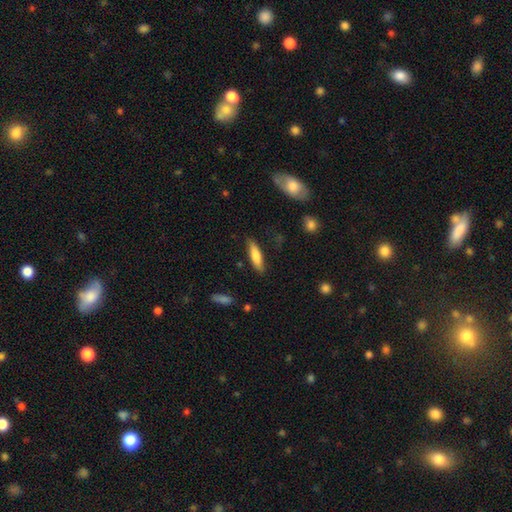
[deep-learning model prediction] Morphology: type=smooth (76%); roundness=cigar-shaped (69%); merging=none (82%).